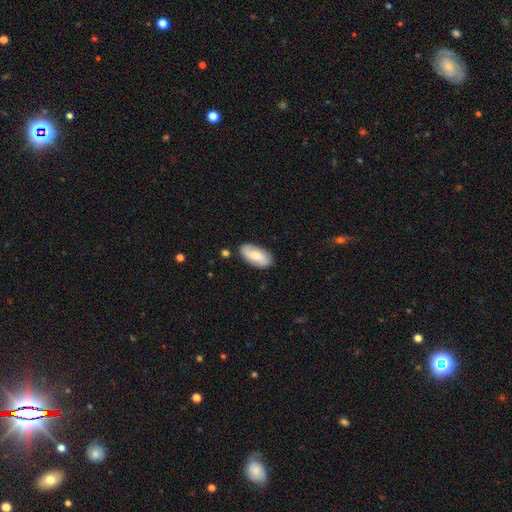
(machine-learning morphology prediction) Smooth or featured: smooth — 57% (featured or disk — 37%)
How rounded: in between — 92% (cigar-shaped — 5%)
Merging: none — 80% (minor disturbance — 14%)